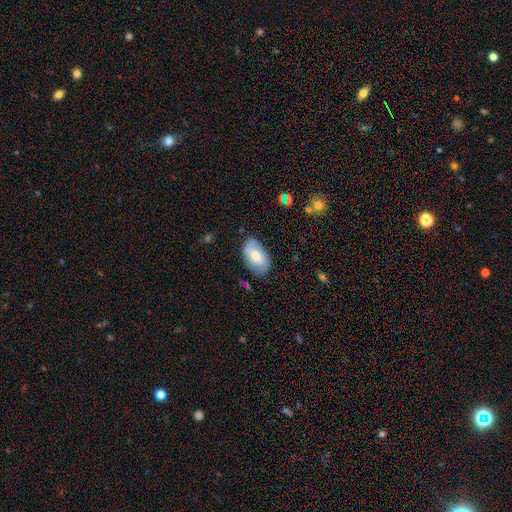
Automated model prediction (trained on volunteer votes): Smooth or featured?
  - smooth: 56% *
  - featured or disk: 38%
  - star or artifact: 7%
How rounded?
  - in between: 92% *
  - round: 7%
  - cigar-shaped: 1%
Merging?
  - none: 72% *
  - minor disturbance: 21%
  - major disturbance: 5%
  - merger: 2%